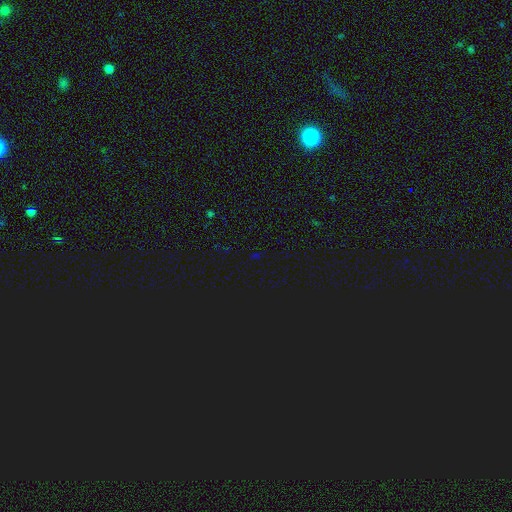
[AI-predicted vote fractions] Smooth or featured: star or artifact — 73% (smooth — 20%)